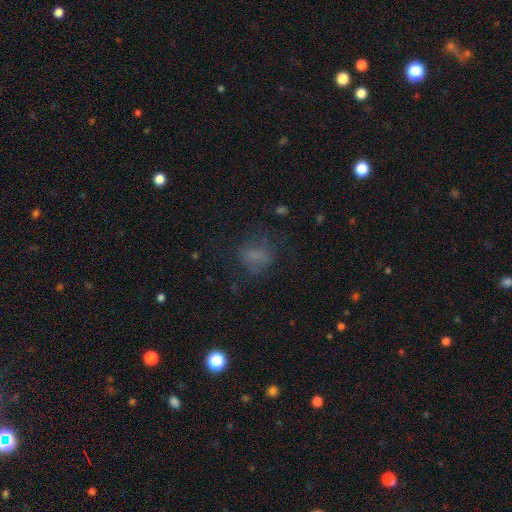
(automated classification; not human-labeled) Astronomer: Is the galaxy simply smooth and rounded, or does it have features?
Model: smooth — 64%.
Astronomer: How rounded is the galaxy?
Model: round — 50% (runner-up: in between, 48%).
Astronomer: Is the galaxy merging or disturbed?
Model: none — 61%.